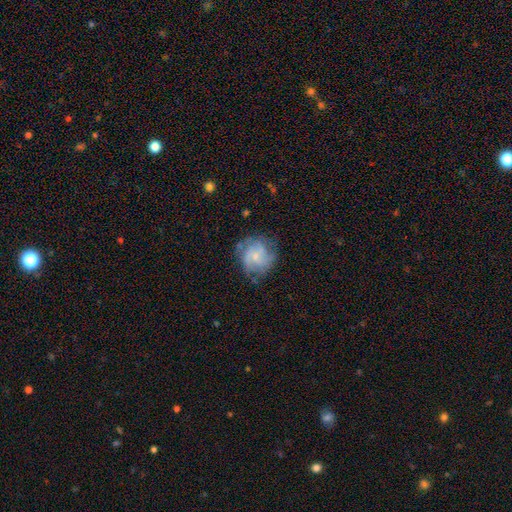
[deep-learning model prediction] smooth-or-featured: featured or disk: 64% | smooth: 28% | star or artifact: 8%
  disk-edge-on: no: 98% | yes: 2%
    bar: no: 67% | weak: 29% | strong: 4%
    has-spiral-arms: yes: 86% | no: 14%
      spiral-winding: tight: 43% | medium: 42% | loose: 15%
      spiral-arm-count: can't tell: 33% | 2: 25% | 3: 23% | 4: 9% | 1: 5% | more than 4: 5%
    bulge-size: small: 62% | moderate: 24% | none: 11% | large: 2% | dominant: 1%
  merging: none: 69% | minor disturbance: 20% | major disturbance: 9% | merger: 2%